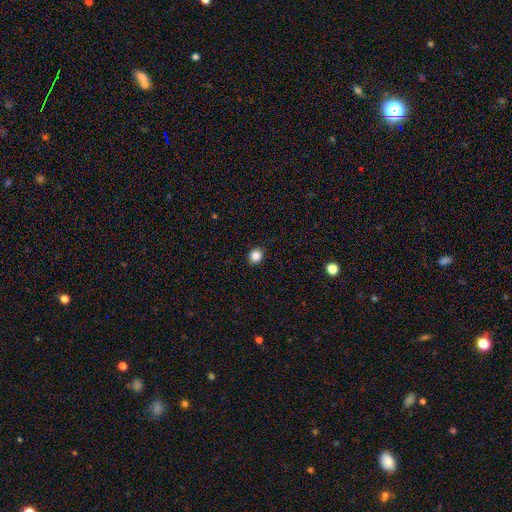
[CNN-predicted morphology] Overall: smooth (86%). How rounded: round (80%). Merging: none (91%).